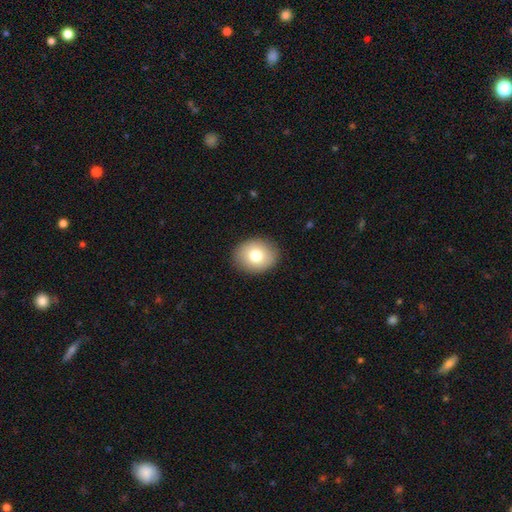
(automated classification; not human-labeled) Q: Smooth or featured?
A: smooth (78%); runner-up: featured or disk (13%)
Q: How rounded?
A: round (53%); runner-up: in between (46%)
Q: Merging?
A: none (90%); runner-up: minor disturbance (7%)